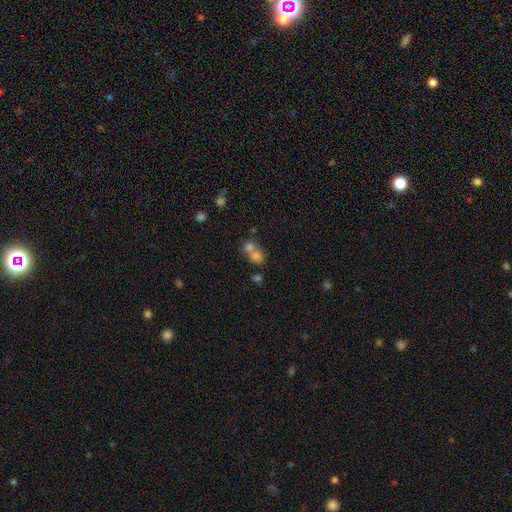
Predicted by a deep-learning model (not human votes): smooth 71%, featured or disk 15%, star or artifact 13%. Down the decision tree: how rounded — round (61%); merging — merger (65%).